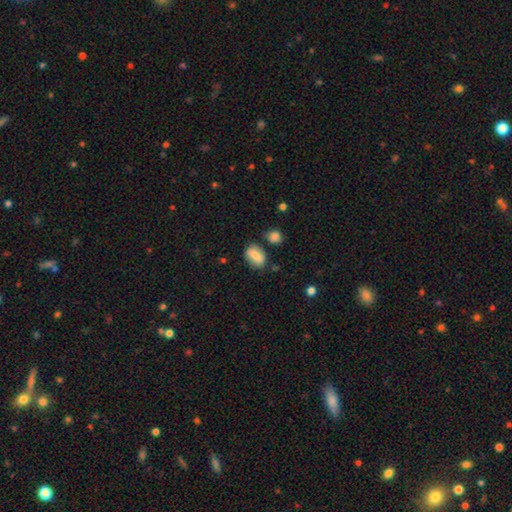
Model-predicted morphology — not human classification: Smooth or featured?
  - smooth: 78% *
  - featured or disk: 14%
  - star or artifact: 8%
How rounded?
  - in between: 80% *
  - round: 15%
  - cigar-shaped: 5%
Merging?
  - none: 71% *
  - minor disturbance: 16%
  - merger: 8%
  - major disturbance: 5%